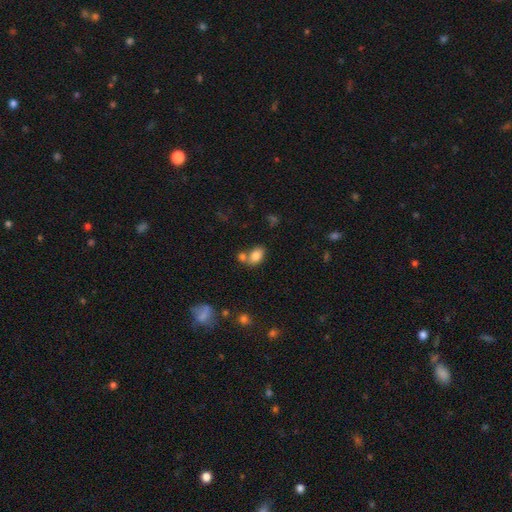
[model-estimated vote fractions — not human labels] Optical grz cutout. It shows a smooth galaxy with no disk features (81%) that is in between round and cigar-shaped (85%). Merging: none (50%).